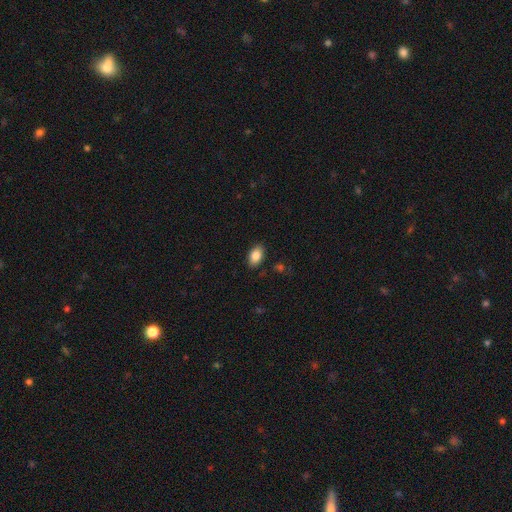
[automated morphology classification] Smooth or featured? smooth (85%)
How rounded? in between (90%)
Merging? none (87%)